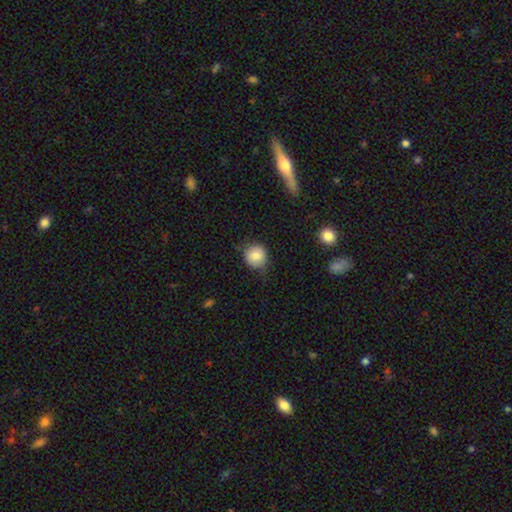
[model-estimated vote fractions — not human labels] Q: Smooth or featured?
A: smooth (82%); runner-up: featured or disk (9%)
Q: How rounded?
A: round (89%); runner-up: in between (10%)
Q: Merging?
A: none (72%); runner-up: minor disturbance (22%)